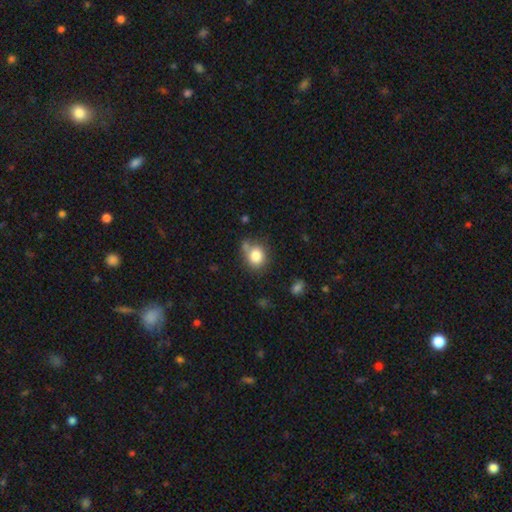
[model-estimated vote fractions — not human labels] Smooth or featured: smooth — 82% (star or artifact — 10%)
How rounded: round — 70% (in between — 29%)
Merging: none — 59% (minor disturbance — 20%)